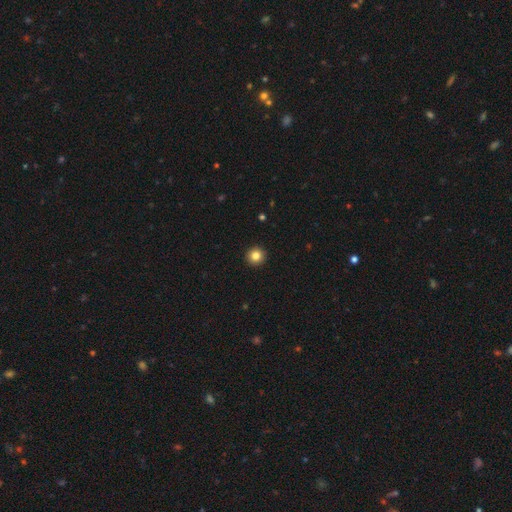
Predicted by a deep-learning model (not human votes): Smooth or featured?
  - smooth: 83% *
  - star or artifact: 11%
  - featured or disk: 6%
How rounded?
  - round: 95% *
  - in between: 4%
  - cigar-shaped: 1%
Merging?
  - none: 94% *
  - minor disturbance: 4%
  - major disturbance: 1%
  - merger: 1%